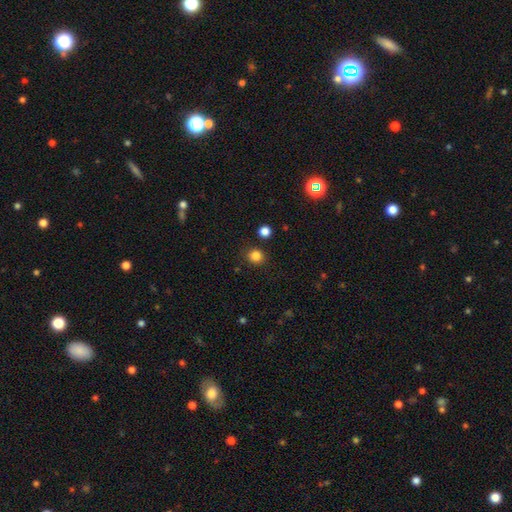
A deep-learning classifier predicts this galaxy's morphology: smooth 84%, star or artifact 13%, featured or disk 3%. Down the decision tree: how rounded — round (87%); merging — none (87%).